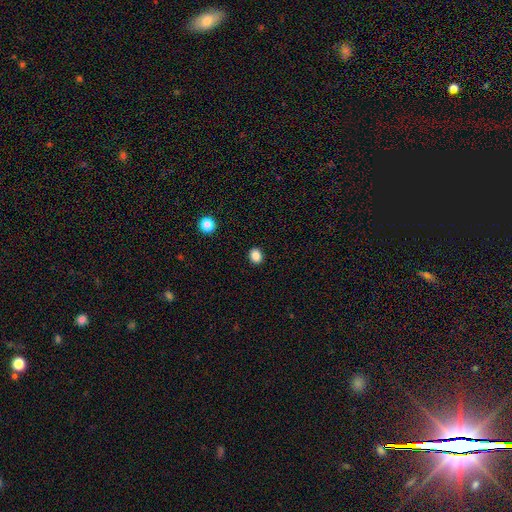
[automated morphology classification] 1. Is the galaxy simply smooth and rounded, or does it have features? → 86% smooth, 11% star or artifact, 3% featured or disk.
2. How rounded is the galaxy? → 61% round, 39% in between, 1% cigar-shaped.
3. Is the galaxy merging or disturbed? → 91% none, 6% minor disturbance, 2% major disturbance, 1% merger.